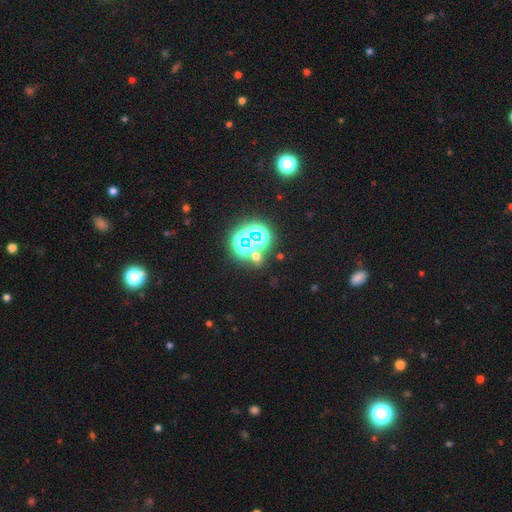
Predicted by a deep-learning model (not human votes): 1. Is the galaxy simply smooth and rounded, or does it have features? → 63% star or artifact, 28% smooth, 9% featured or disk.